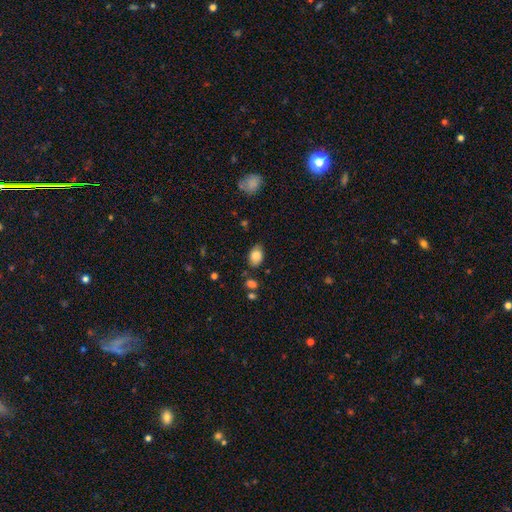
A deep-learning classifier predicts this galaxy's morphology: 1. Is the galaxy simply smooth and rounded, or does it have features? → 83% smooth, 9% featured or disk, 8% star or artifact.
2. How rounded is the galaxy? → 79% in between, 20% round, 1% cigar-shaped.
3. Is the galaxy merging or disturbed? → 79% none, 15% minor disturbance, 3% major disturbance, 3% merger.